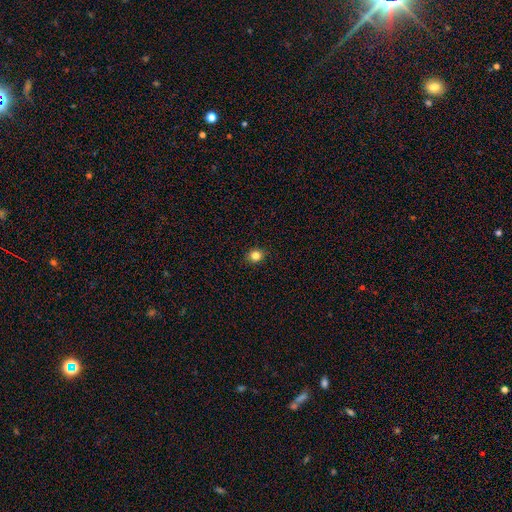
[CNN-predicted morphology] The model was most divided on "how rounded": round: 81%, in between: 18%, cigar-shaped: 1%. More confident: merging — none (91%); smooth or featured — smooth (82%).